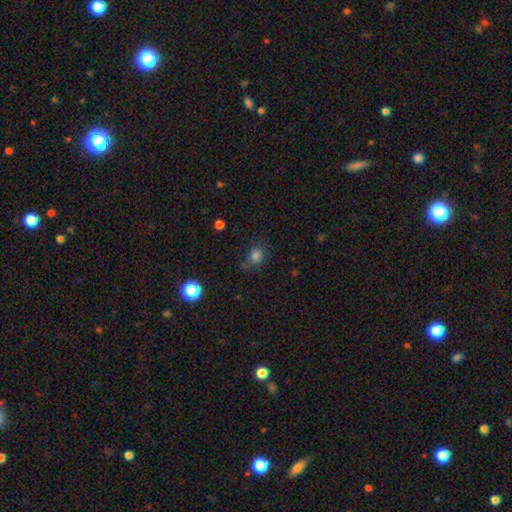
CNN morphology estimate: smooth-or-featured: smooth: 80% | star or artifact: 14% | featured or disk: 7%
  how-rounded: in between: 51% | round: 47% | cigar-shaped: 1%
  merging: none: 65% | minor disturbance: 23% | major disturbance: 8% | merger: 4%